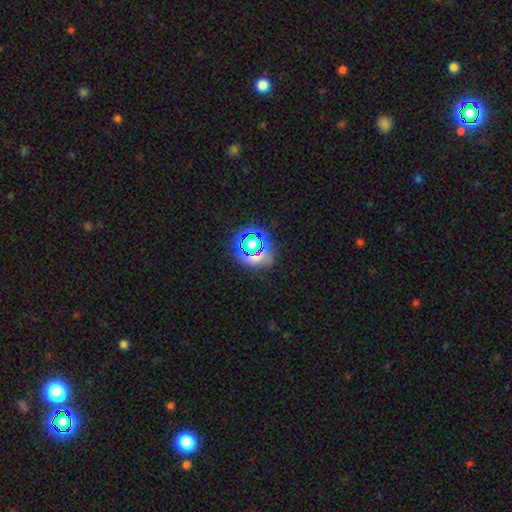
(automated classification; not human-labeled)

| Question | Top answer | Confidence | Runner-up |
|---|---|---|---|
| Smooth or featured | star or artifact | 49% | smooth (39%) |